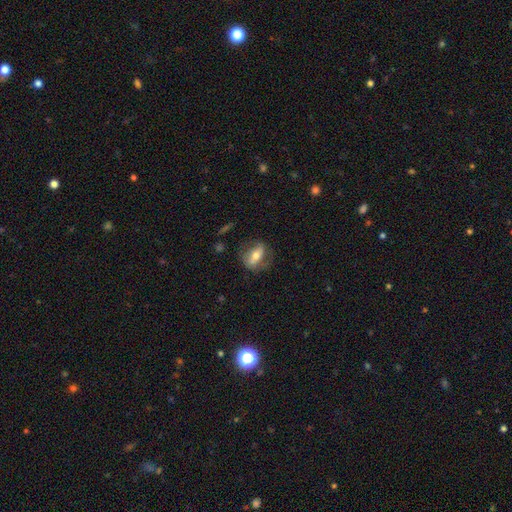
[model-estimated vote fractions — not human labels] Morphology: type=featured or disk (49%); merging=none (63%).